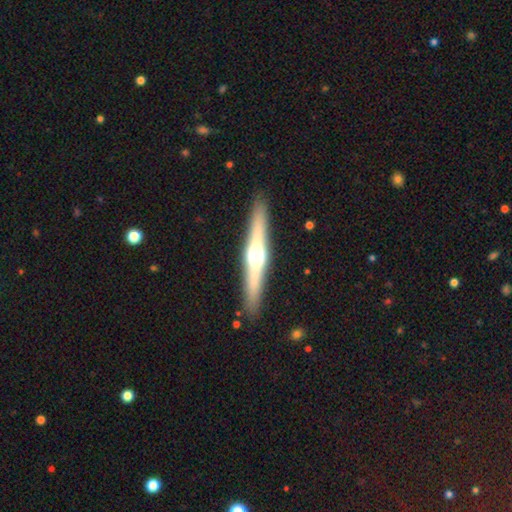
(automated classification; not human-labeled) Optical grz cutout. It shows a featured or disk galaxy (65%) viewed edge-on (96%) with a rounded central bulge (92%). Merging: none (90%).